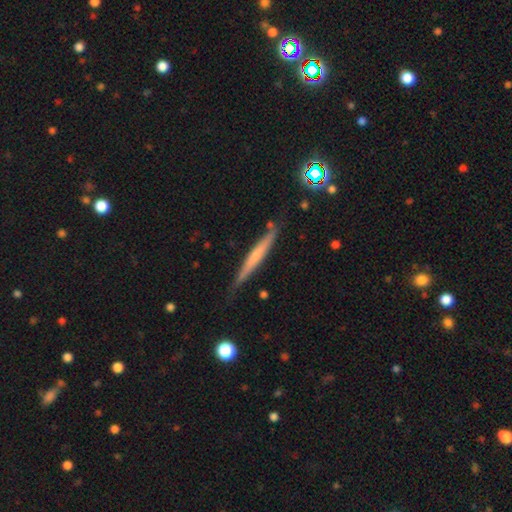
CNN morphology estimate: Smooth or featured: featured or disk — 48% (smooth — 45%)
Merging: none — 79% (minor disturbance — 16%)